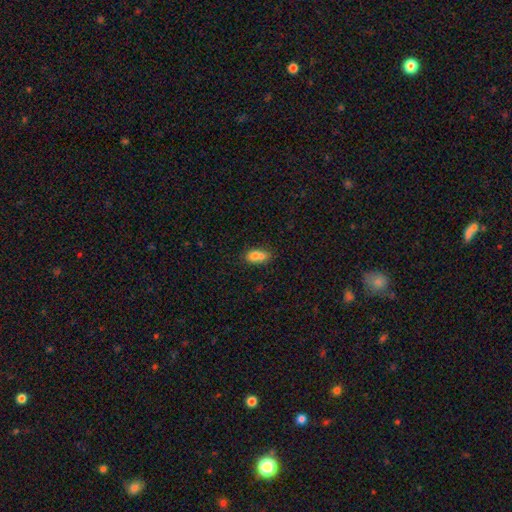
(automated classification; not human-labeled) Smooth or featured? smooth (73%)
How rounded? in between (77%)
Merging? merger (45%)